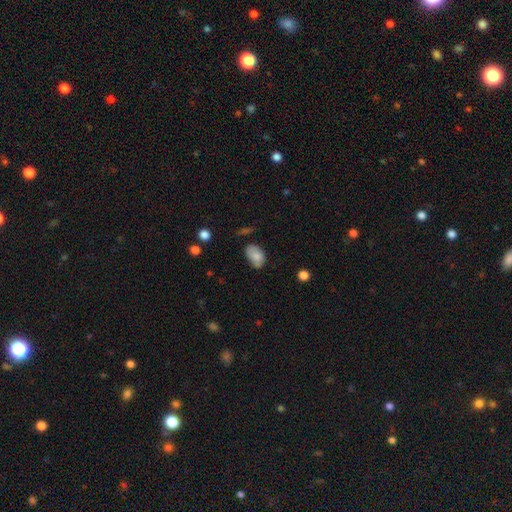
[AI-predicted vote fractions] smooth_or_featured: smooth (p=0.79) [alt: featured or disk p=0.13]
how_rounded: in between (p=0.88) [alt: round p=0.11]
merging: none (p=0.57) [alt: minor disturbance p=0.32]